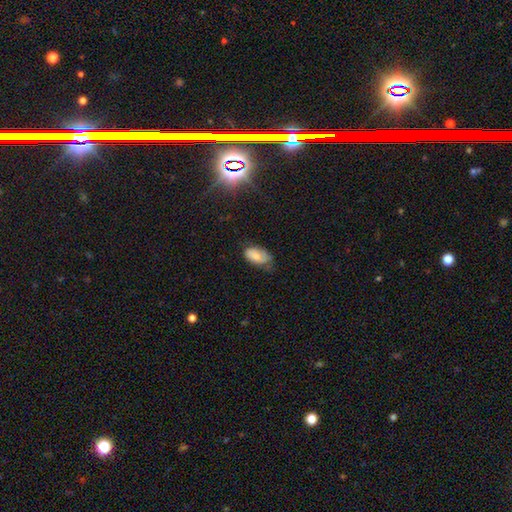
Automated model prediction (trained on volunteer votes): Morphology: type=smooth (72%); roundness=in between (94%); merging=none (51%).